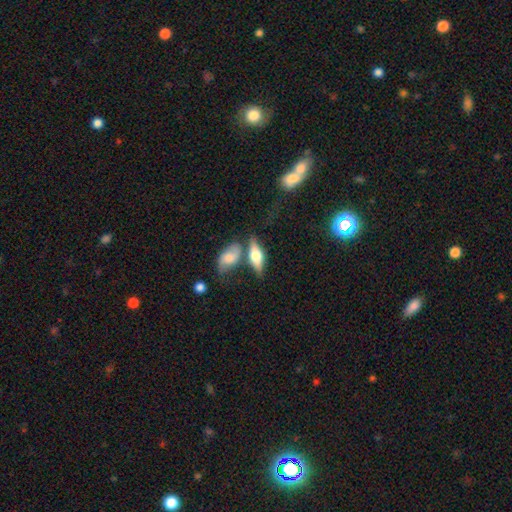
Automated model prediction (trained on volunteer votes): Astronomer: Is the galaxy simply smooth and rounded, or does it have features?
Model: smooth — 48% (runner-up: featured or disk, 45%).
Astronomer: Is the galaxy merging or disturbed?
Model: none — 50% (runner-up: merger, 27%).